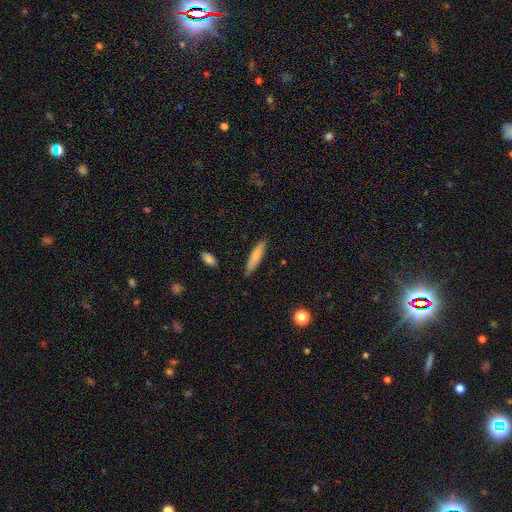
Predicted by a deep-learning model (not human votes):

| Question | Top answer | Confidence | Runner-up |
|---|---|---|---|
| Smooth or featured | smooth | 79% | featured or disk (15%) |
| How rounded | cigar-shaped | 82% | in between (17%) |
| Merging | none | 85% | minor disturbance (12%) |